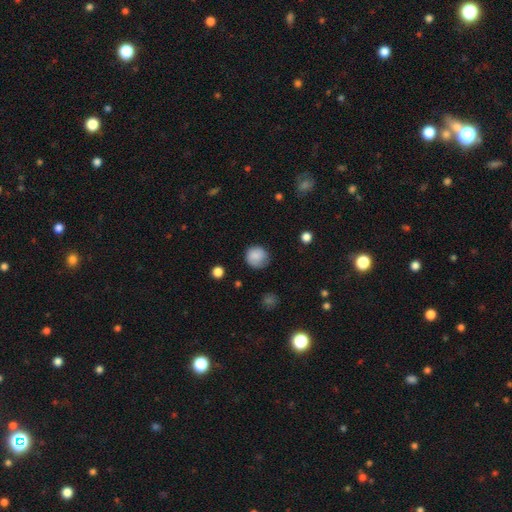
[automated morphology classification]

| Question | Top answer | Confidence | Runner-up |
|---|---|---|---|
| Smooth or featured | smooth | 85% | star or artifact (8%) |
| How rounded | round | 92% | in between (7%) |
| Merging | none | 77% | minor disturbance (17%) |